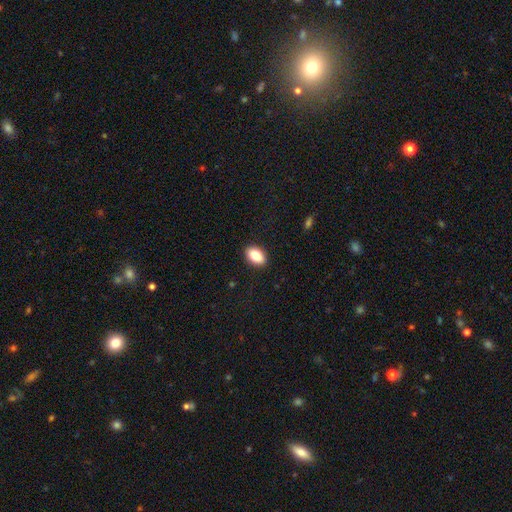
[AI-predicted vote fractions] Overall: smooth (86%). How rounded: in between (88%). Merging: none (90%).